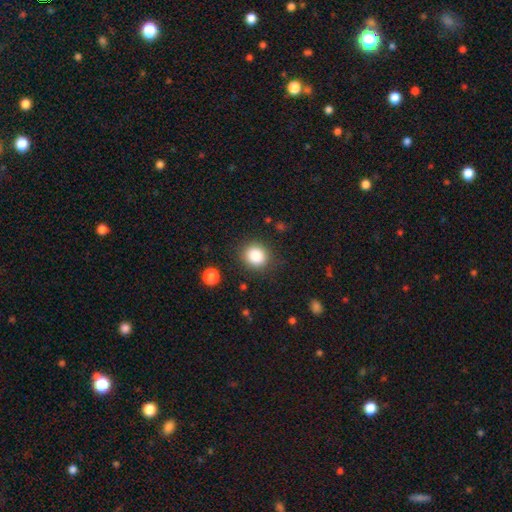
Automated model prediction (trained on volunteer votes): smooth-or-featured: smooth: 85% | star or artifact: 10% | featured or disk: 5%
  how-rounded: round: 85% | in between: 14% | cigar-shaped: 1%
  merging: none: 86% | minor disturbance: 9% | major disturbance: 3% | merger: 2%